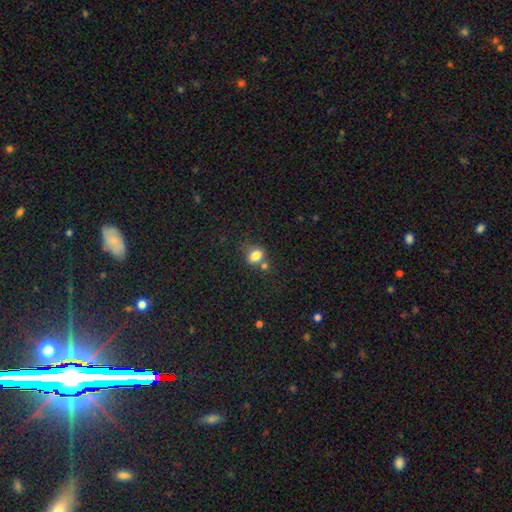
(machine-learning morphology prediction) The model was most divided on "merging": none: 50%, merger: 28%, minor disturbance: 17%, major disturbance: 6%. More confident: smooth or featured — smooth (80%); how rounded — in between (66%).